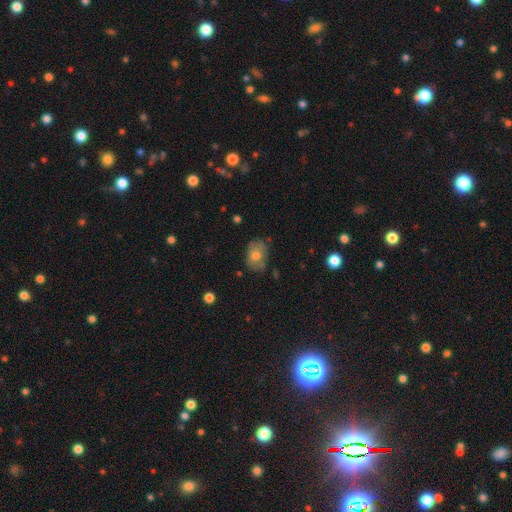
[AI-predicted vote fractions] Smooth or featured?
  - smooth: 70% *
  - featured or disk: 22%
  - star or artifact: 9%
How rounded?
  - in between: 71% *
  - round: 28%
  - cigar-shaped: 1%
Merging?
  - none: 63% *
  - minor disturbance: 26%
  - major disturbance: 8%
  - merger: 3%